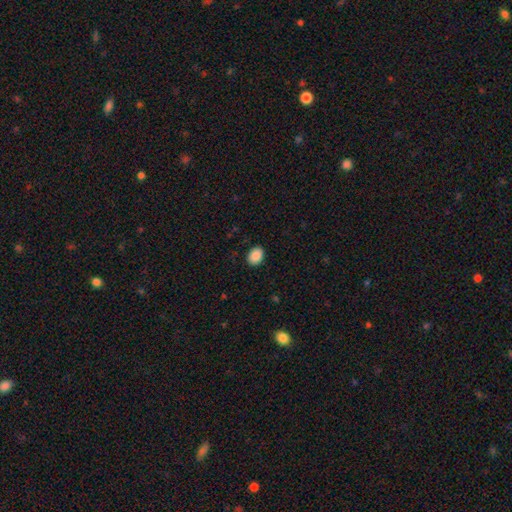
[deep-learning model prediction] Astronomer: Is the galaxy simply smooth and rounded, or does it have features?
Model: smooth — 89%.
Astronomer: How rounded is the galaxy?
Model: in between — 74%.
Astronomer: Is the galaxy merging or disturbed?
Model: none — 89%.